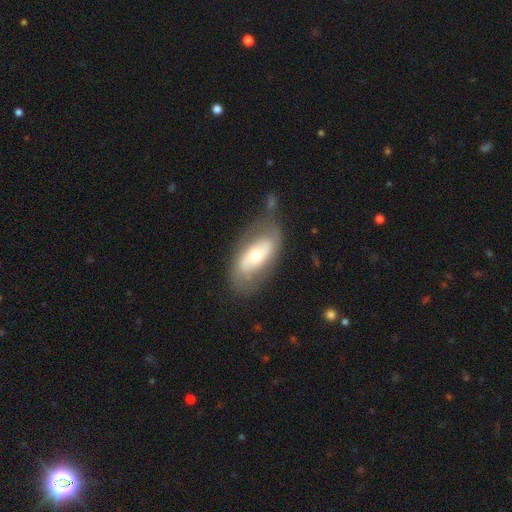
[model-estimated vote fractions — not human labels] Q: Smooth or featured?
A: featured or disk (56%); runner-up: smooth (38%)
Q: Edge-on disk?
A: no (89%); runner-up: yes (11%)
Q: Merging?
A: none (56%); runner-up: minor disturbance (24%)